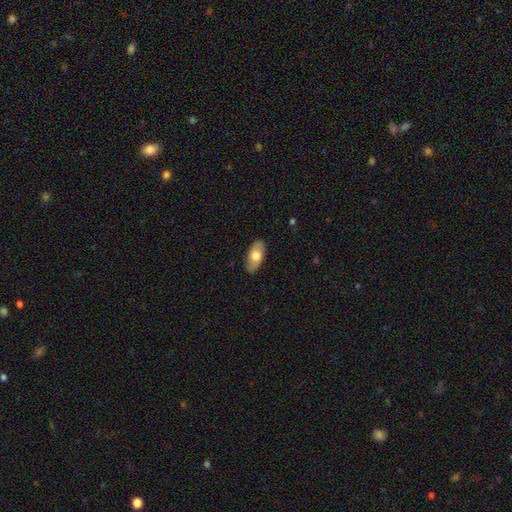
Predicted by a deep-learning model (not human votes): Smooth or featured?
  - smooth: 65% *
  - featured or disk: 29%
  - star or artifact: 6%
How rounded?
  - in between: 92% *
  - cigar-shaped: 4%
  - round: 3%
Merging?
  - none: 84% *
  - minor disturbance: 13%
  - major disturbance: 2%
  - merger: 1%